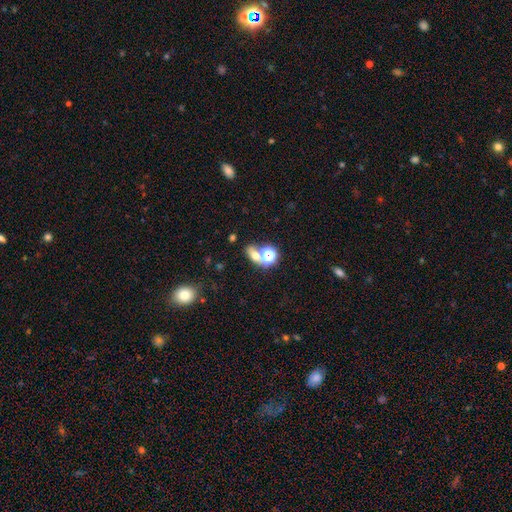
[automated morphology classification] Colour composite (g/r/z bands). It shows a smooth galaxy with no disk features (56%) that is in between round and cigar-shaped (51%). Merging: none (54%).